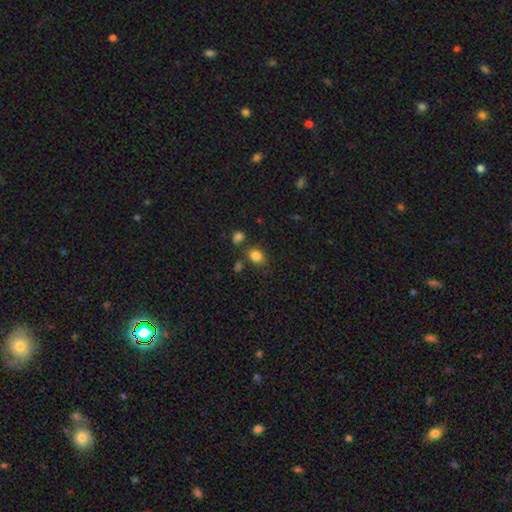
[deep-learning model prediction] A smooth galaxy with no disk features (84%) that is in between round and cigar-shaped (70%).

Vote fractions:
- Smooth or featured? smooth: 84% / star or artifact: 10% / featured or disk: 6%
- How rounded? in between: 70% / round: 29% / cigar-shaped: 1%
- Merging? none: 69% / minor disturbance: 16% / merger: 10% / major disturbance: 5%